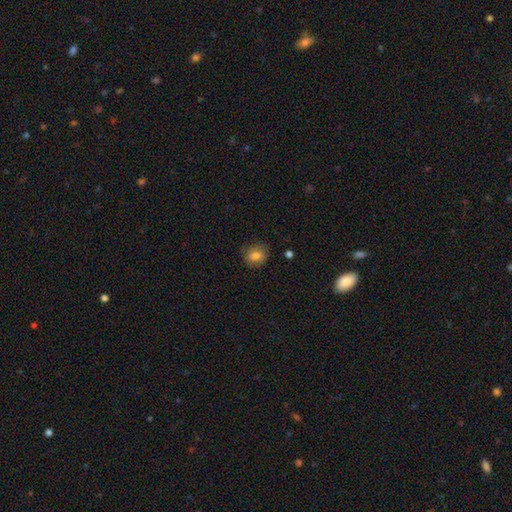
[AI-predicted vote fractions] Q: Smooth or featured?
A: smooth (76%); runner-up: featured or disk (14%)
Q: How rounded?
A: round (61%); runner-up: in between (38%)
Q: Merging?
A: none (73%); runner-up: minor disturbance (20%)